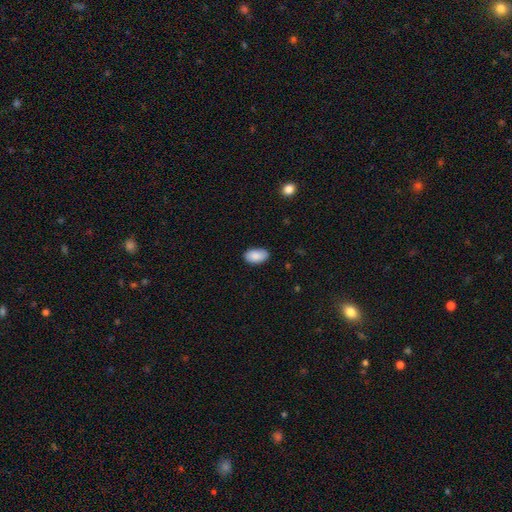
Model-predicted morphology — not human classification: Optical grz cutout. It shows a smooth galaxy with no disk features (88%) that is in between round and cigar-shaped (94%). Merging: none (83%).